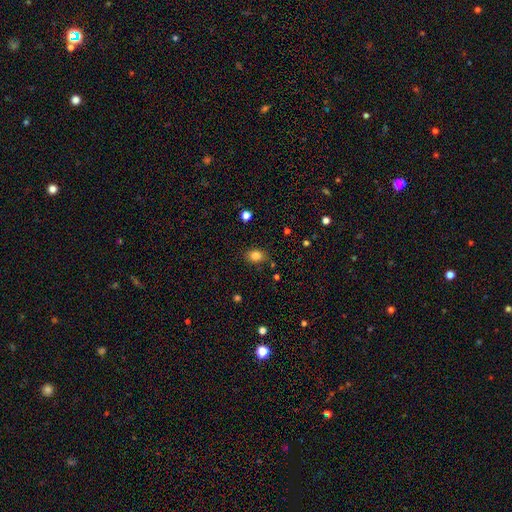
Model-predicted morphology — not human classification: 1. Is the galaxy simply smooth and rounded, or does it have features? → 83% smooth, 11% star or artifact, 6% featured or disk.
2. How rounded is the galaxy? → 65% in between, 34% round, 1% cigar-shaped.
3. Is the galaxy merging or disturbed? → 82% none, 13% minor disturbance, 3% major disturbance, 2% merger.